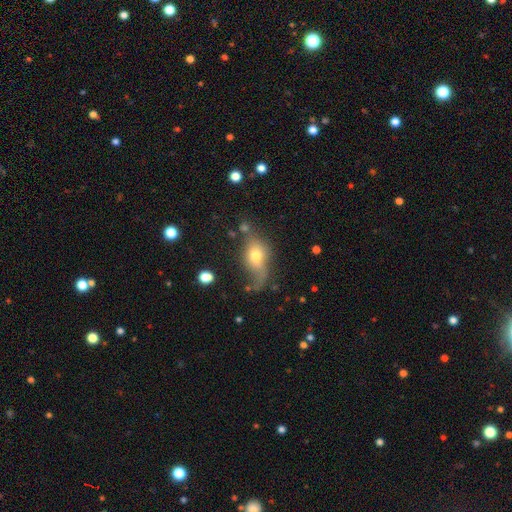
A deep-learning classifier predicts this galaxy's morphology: smooth 60%, featured or disk 29%, star or artifact 11%. Down the decision tree: how rounded — in between (73%); merging — none (33%).